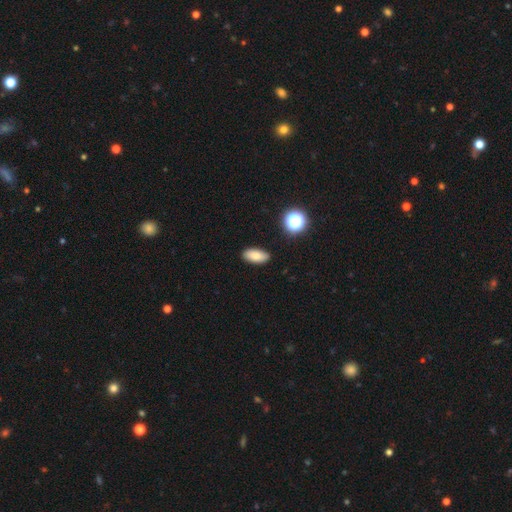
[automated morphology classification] Smooth or featured? Predicted: smooth (p=0.81). How rounded? Predicted: in between (p=0.87). Merging? Predicted: none (p=0.89).